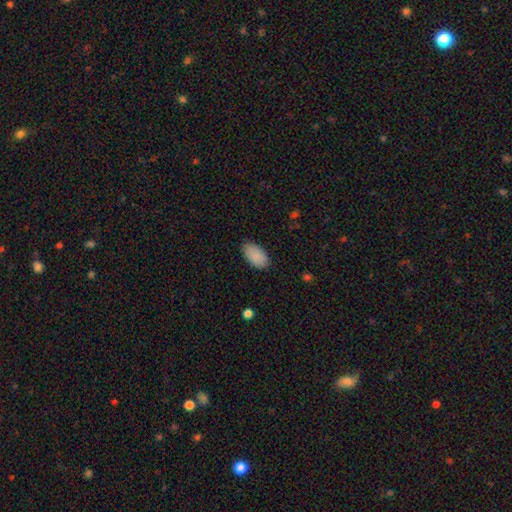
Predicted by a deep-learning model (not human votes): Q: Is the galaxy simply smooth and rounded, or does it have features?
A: smooth — 89%.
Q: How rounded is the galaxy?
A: in between — 95%.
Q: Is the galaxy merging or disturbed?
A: none — 83%.